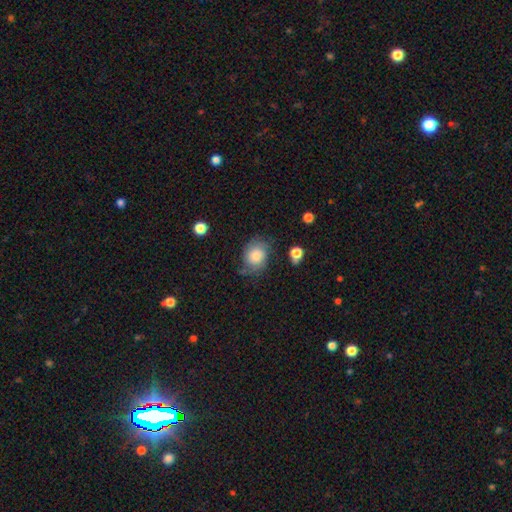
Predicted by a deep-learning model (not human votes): Overall: smooth (64%; featured or disk 27%). How rounded: round (54%; in between 45%). Merging: none (59%; minor disturbance 27%).